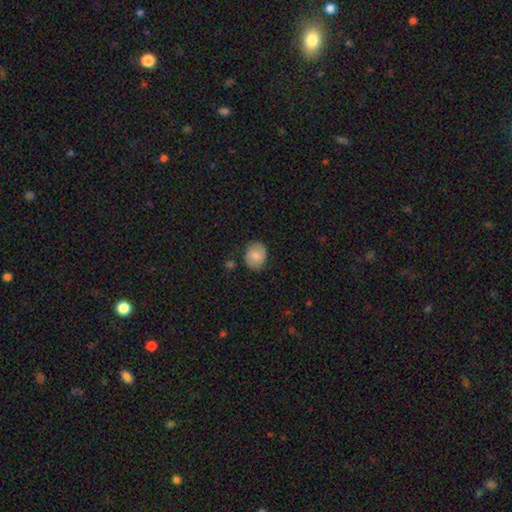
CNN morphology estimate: smooth_or_featured: smooth (p=0.72) [alt: featured or disk p=0.21]
how_rounded: round (p=0.54) [alt: in between p=0.45]
merging: none (p=0.76) [alt: minor disturbance p=0.17]